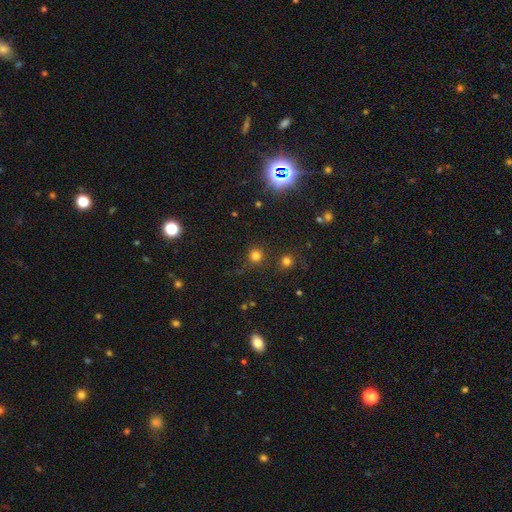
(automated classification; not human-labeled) Morphology: type=smooth (75%); roundness=round (93%); merging=none (83%).